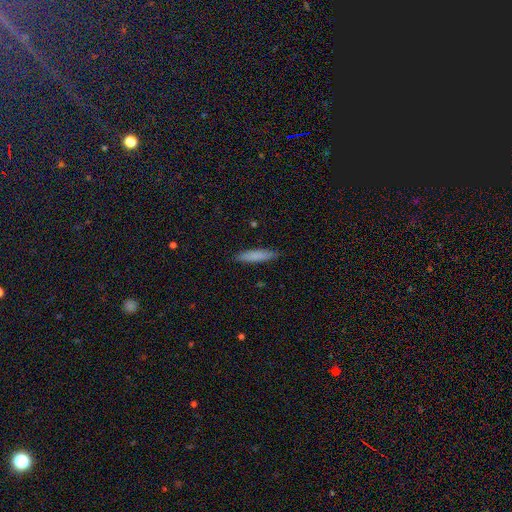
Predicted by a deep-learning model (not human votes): The model was most divided on "how rounded": cigar-shaped: 82%, in between: 16%, round: 1%. More confident: merging — none (88%); smooth or featured — smooth (82%).